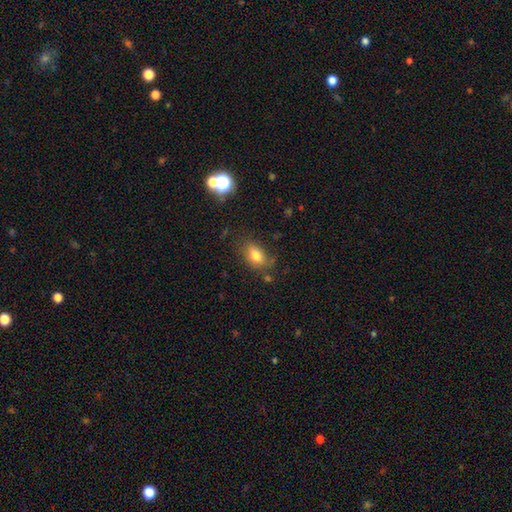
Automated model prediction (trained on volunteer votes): A smooth galaxy with no disk features (78%) that is in between round and cigar-shaped (83%). Merging: none (72%).